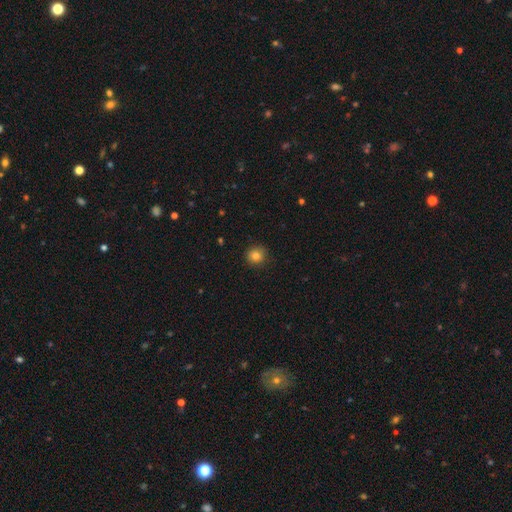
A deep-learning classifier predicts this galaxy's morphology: Smooth or featured: smooth — 82% (star or artifact — 12%)
How rounded: round — 92% (in between — 7%)
Merging: none — 90% (minor disturbance — 7%)